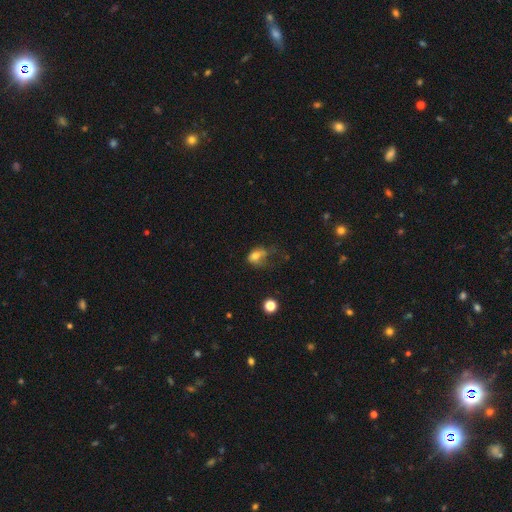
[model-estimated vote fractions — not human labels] Morphology: type=smooth (71%); roundness=in between (70%); merging=major disturbance (39%).